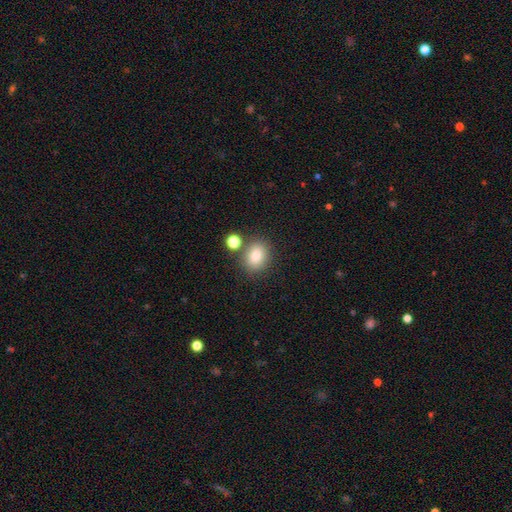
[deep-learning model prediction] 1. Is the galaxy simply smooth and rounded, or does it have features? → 83% smooth, 10% star or artifact, 7% featured or disk.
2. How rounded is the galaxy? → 58% in between, 40% round, 1% cigar-shaped.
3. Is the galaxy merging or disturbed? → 76% none, 11% minor disturbance, 10% merger, 4% major disturbance.